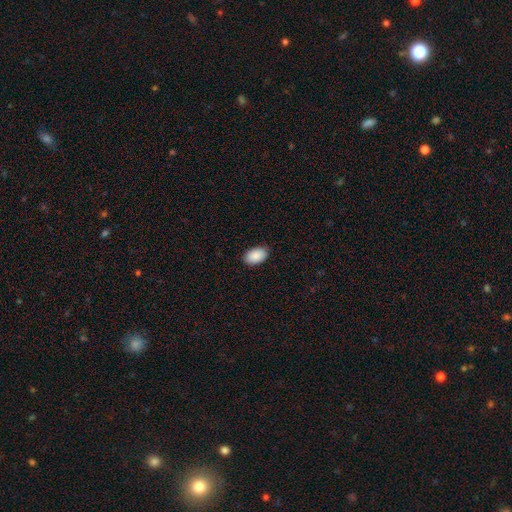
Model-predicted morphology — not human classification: Smooth or featured? Predicted: smooth (p=0.90). How rounded? Predicted: in between (p=0.93). Merging? Predicted: none (p=0.87).